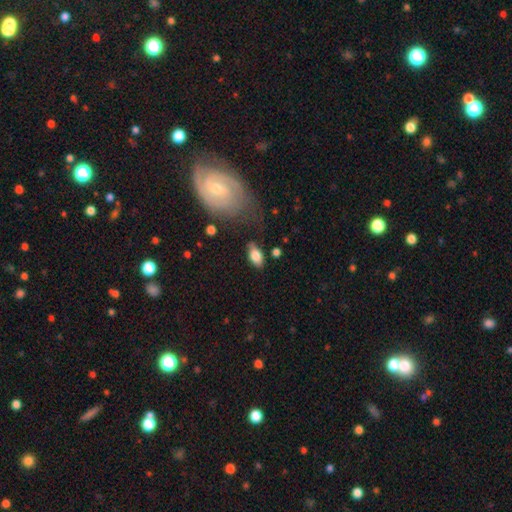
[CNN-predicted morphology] This is likely a smooth galaxy (77%). How rounded: clearly in between (89%). Merging: likely none (76%).